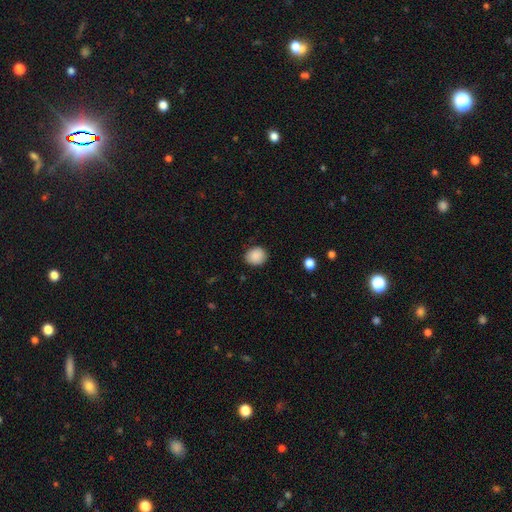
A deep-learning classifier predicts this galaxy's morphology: type=smooth (89%); roundness=round (73%); merging=none (87%).